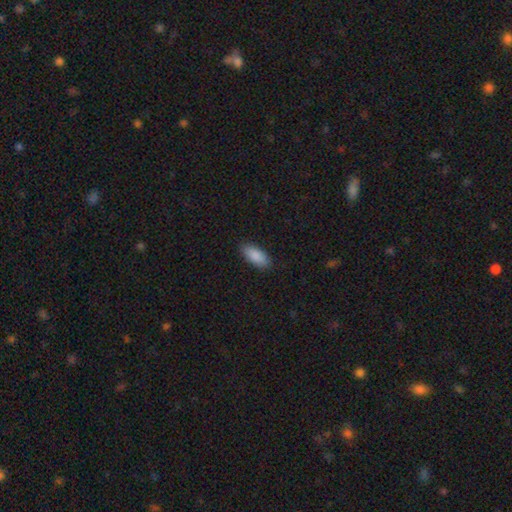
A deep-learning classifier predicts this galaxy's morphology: A smooth galaxy with no disk features (89%) that is in between round and cigar-shaped (86%). Merging: none (87%).